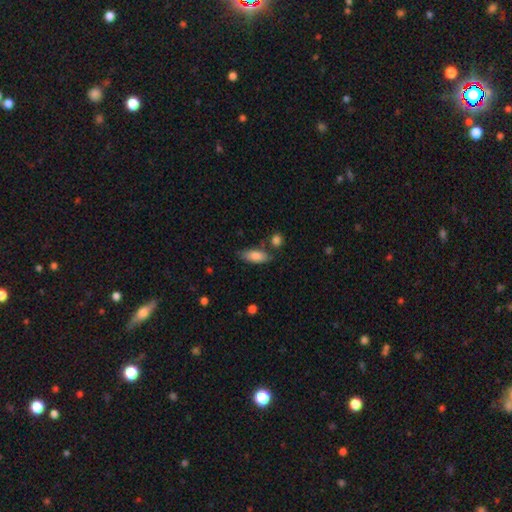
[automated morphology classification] A smooth galaxy with no disk features (83%) that is in between round and cigar-shaped (82%).

Vote fractions:
- Smooth or featured? smooth: 83% / featured or disk: 11% / star or artifact: 6%
- How rounded? in between: 82% / cigar-shaped: 16% / round: 3%
- Merging? none: 71% / minor disturbance: 17% / merger: 8% / major disturbance: 4%